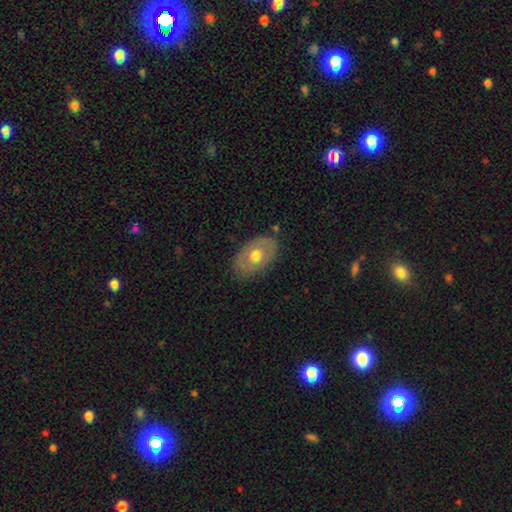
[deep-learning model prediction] Smooth or featured: featured or disk — 48% (smooth — 46%)
Merging: none — 77% (minor disturbance — 17%)